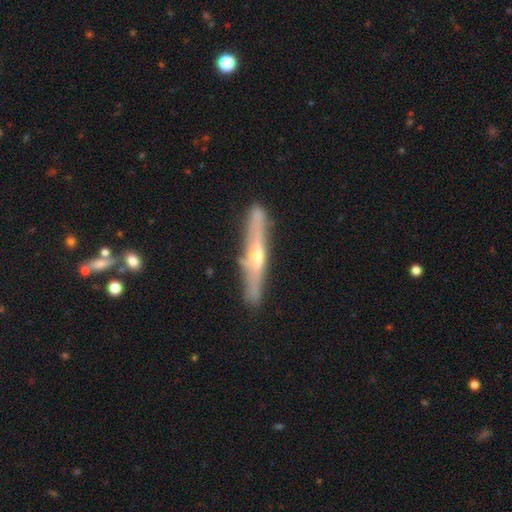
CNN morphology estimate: Smooth or featured? Predicted: featured or disk (p=0.70). Edge-on disk? Predicted: yes (p=0.91). Edge-on bulge? Predicted: rounded (p=0.81). Merging? Predicted: none (p=0.83).